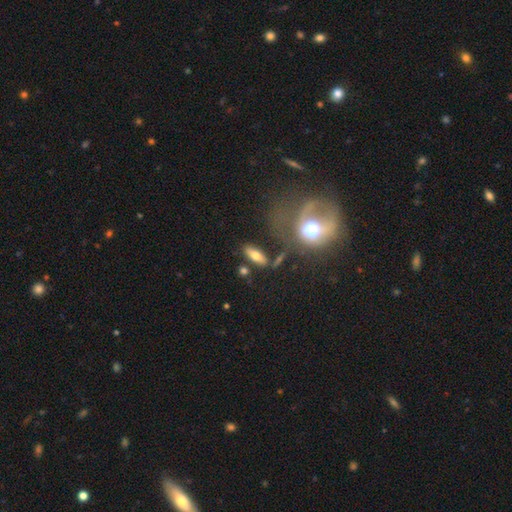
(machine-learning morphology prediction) Q: Smooth or featured?
A: smooth (62%); runner-up: featured or disk (27%)
Q: How rounded?
A: in between (67%); runner-up: cigar-shaped (28%)
Q: Merging?
A: none (76%); runner-up: minor disturbance (12%)